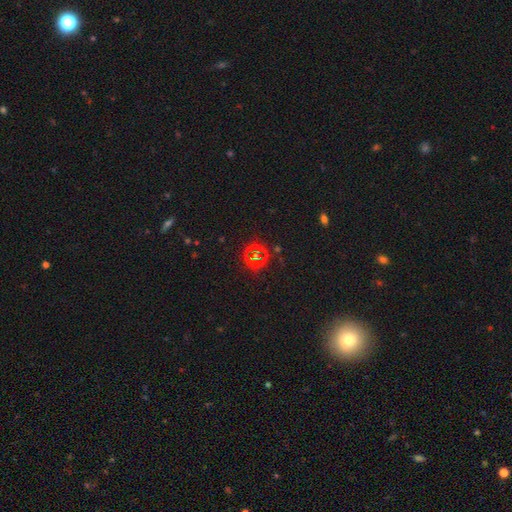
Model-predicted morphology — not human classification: Smooth or featured: star or artifact — 74% (smooth — 17%)